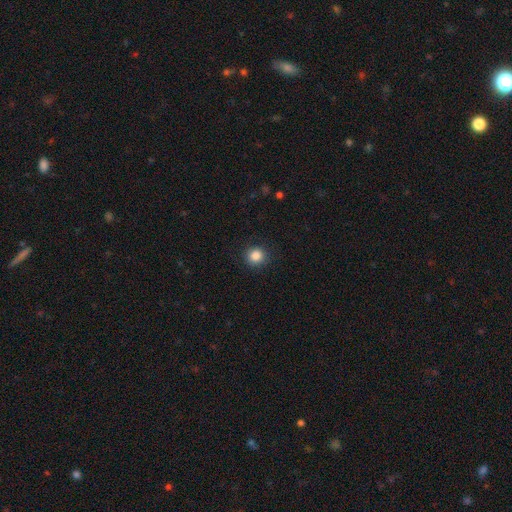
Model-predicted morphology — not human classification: Q: Smooth or featured?
A: smooth (85%); runner-up: star or artifact (11%)
Q: How rounded?
A: round (90%); runner-up: in between (9%)
Q: Merging?
A: none (90%); runner-up: minor disturbance (7%)